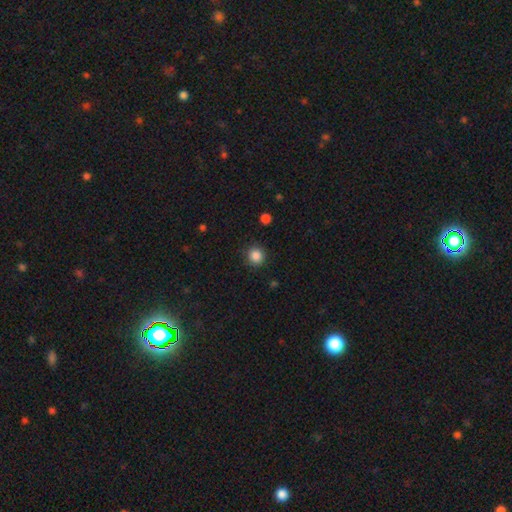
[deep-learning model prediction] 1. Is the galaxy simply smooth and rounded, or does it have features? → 86% smooth, 11% star or artifact, 3% featured or disk.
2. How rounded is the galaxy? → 92% round, 7% in between, 1% cigar-shaped.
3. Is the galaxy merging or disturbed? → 90% none, 7% minor disturbance, 2% major disturbance, 1% merger.